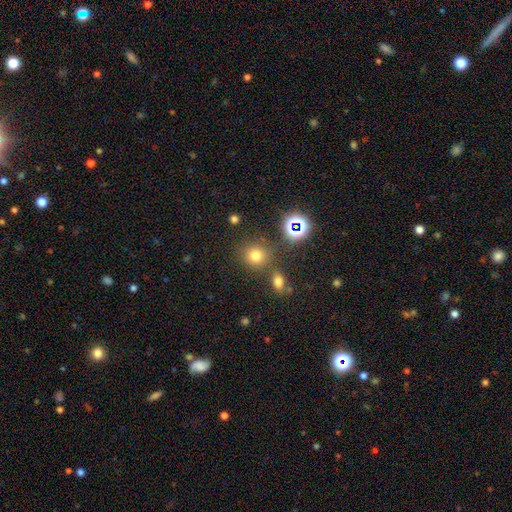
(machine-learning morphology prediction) smooth 69%, star or artifact 23%, featured or disk 8%. Down the decision tree: how rounded — round (87%); merging — none (76%).